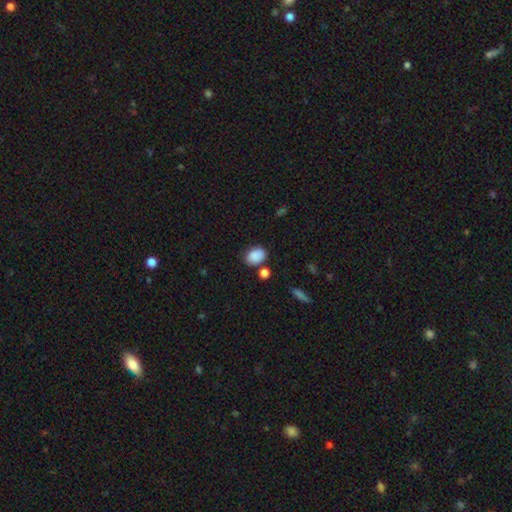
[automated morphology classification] This appears to be a smooth galaxy with no disk features (88%) that is in between round and cigar-shaped (74%). Merging: none (73%).